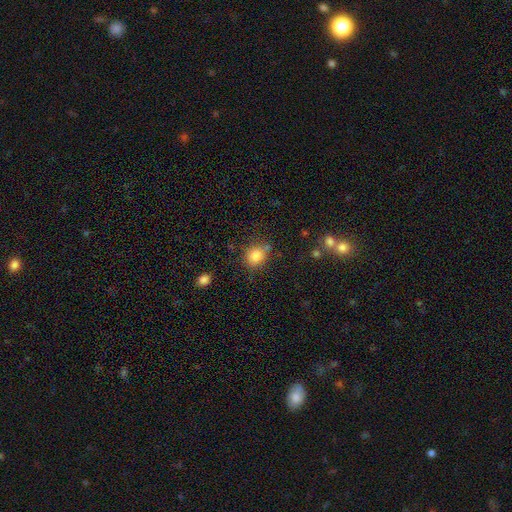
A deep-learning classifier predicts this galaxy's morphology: The model was most divided on "how rounded": round: 73%, in between: 26%, cigar-shaped: 1%. More confident: smooth or featured — smooth (83%); merging — none (73%).